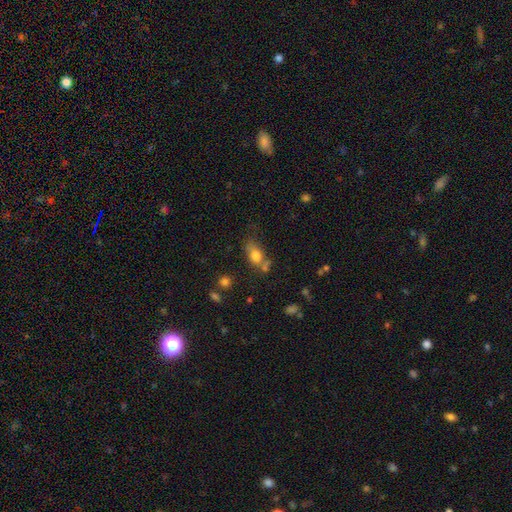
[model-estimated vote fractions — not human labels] Morphology: type=smooth (76%); roundness=in between (70%); merging=none (42%).